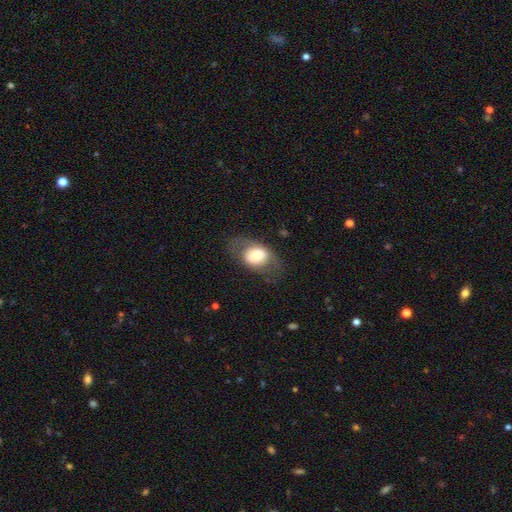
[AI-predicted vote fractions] Q: Smooth or featured?
A: smooth (61%); runner-up: featured or disk (31%)
Q: How rounded?
A: in between (66%); runner-up: round (33%)
Q: Merging?
A: none (68%); runner-up: minor disturbance (18%)